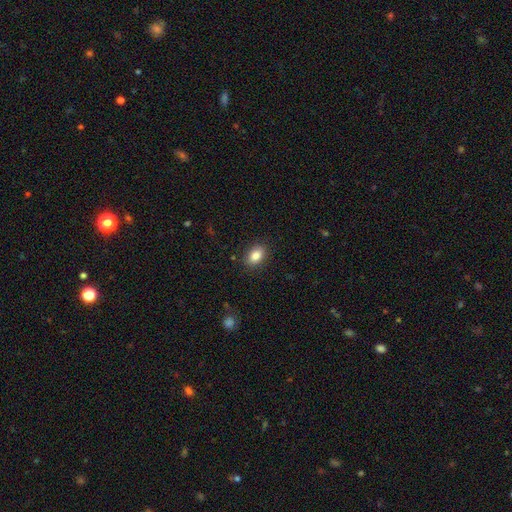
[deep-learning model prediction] Smooth or featured? Predicted: smooth (p=0.85). How rounded? Predicted: in between (p=0.85). Merging? Predicted: none (p=0.87).